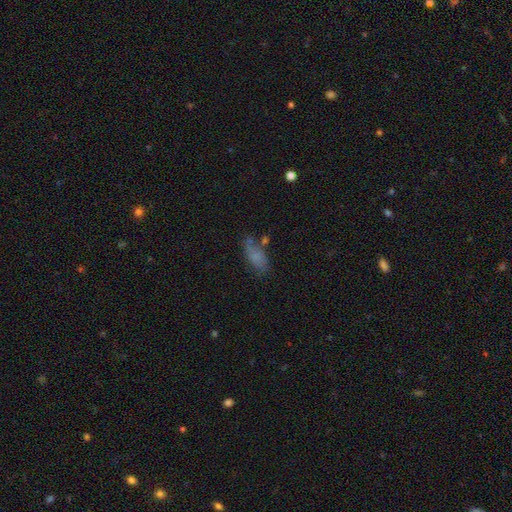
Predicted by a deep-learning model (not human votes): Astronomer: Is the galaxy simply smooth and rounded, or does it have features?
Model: smooth — 72%.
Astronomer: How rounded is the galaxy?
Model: in between — 75%.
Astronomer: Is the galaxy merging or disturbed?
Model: none — 55%.